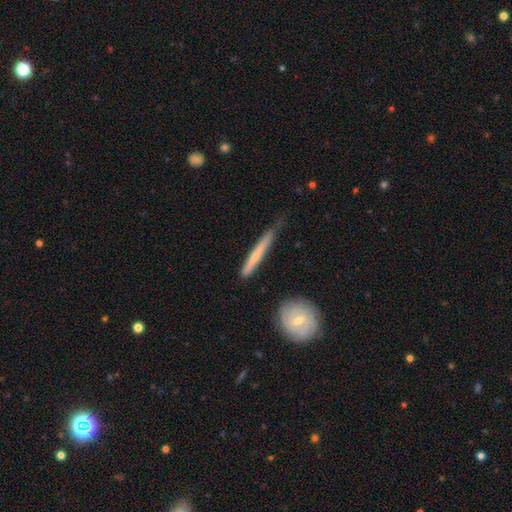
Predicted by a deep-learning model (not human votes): The model was most divided on "smooth or featured" (2-way tie): featured or disk: 47%, smooth: 47%, star or artifact: 5%. More confident: merging — none (65%).